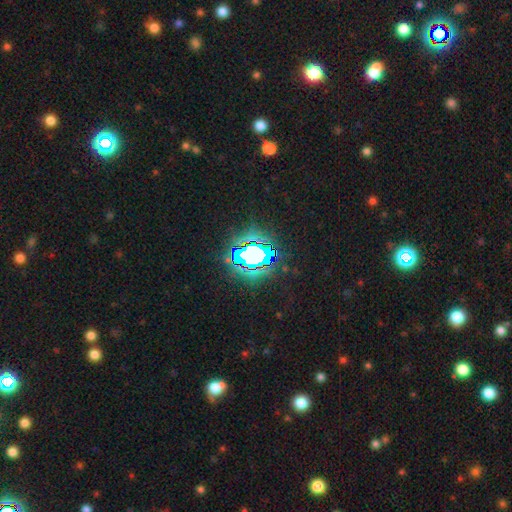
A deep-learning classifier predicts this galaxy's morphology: Overall: star or artifact (68%).